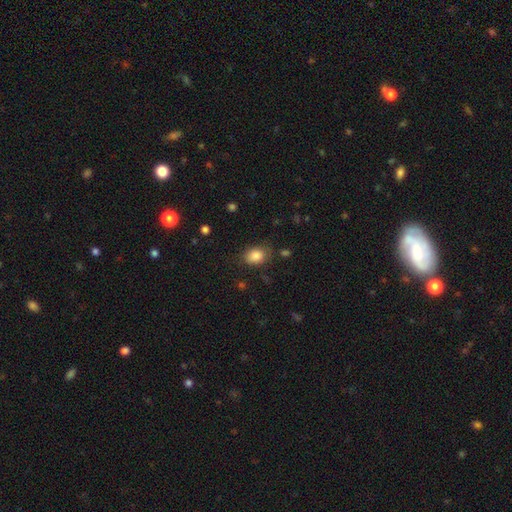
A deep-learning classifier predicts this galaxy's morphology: A smooth galaxy with no disk features (85%) that is in between round and cigar-shaped (67%).

Vote fractions:
- Smooth or featured? smooth: 85% / star or artifact: 9% / featured or disk: 6%
- How rounded? in between: 67% / round: 32% / cigar-shaped: 1%
- Merging? none: 75% / minor disturbance: 18% / major disturbance: 5% / merger: 2%